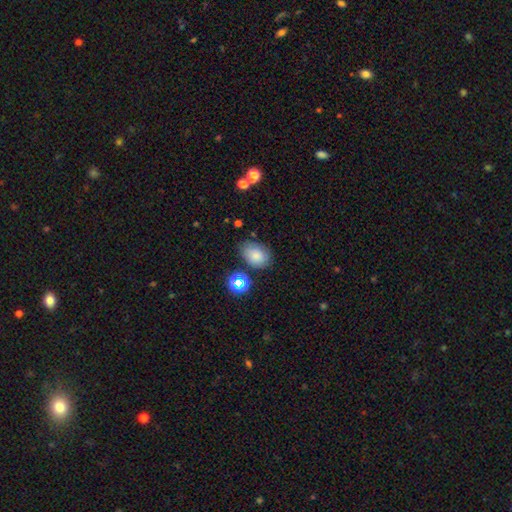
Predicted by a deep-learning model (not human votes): Smooth or featured: smooth — 78% (star or artifact — 12%)
How rounded: in between — 78% (round — 21%)
Merging: none — 69% (minor disturbance — 20%)